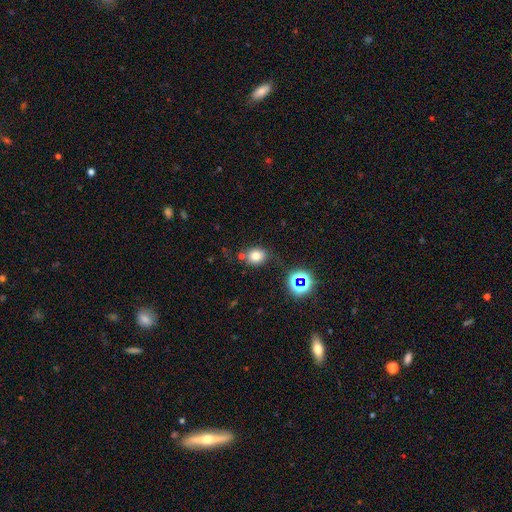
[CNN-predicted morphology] smooth_or_featured: smooth (p=0.73) [alt: star or artifact p=0.17]
how_rounded: round (p=0.64) [alt: in between p=0.35]
merging: none (p=0.71) [alt: minor disturbance p=0.15]